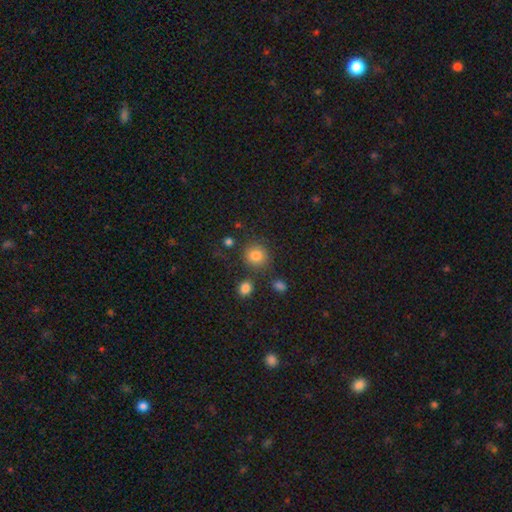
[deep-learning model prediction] Overall: smooth (82%). How rounded: round (86%). Merging: none (79%).